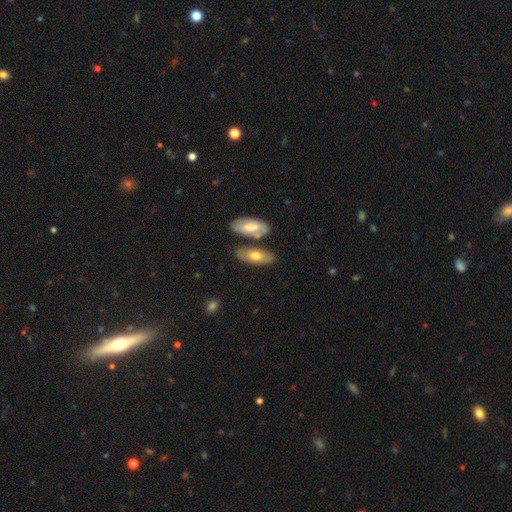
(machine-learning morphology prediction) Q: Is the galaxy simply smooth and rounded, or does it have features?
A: smooth — 63%.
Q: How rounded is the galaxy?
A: in between — 78%.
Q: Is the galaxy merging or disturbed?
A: none — 66%.